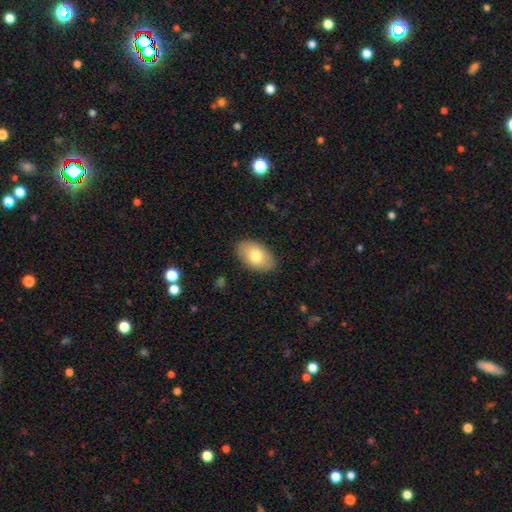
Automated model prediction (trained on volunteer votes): Smooth or featured? smooth (76%)
How rounded? in between (92%)
Merging? none (87%)